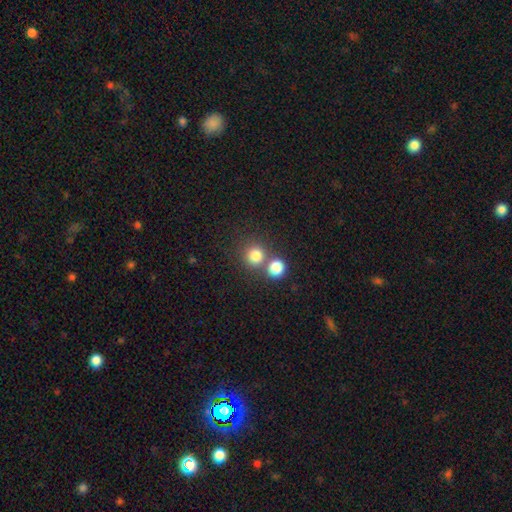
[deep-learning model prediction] Q: Smooth or featured?
A: smooth (80%); runner-up: star or artifact (13%)
Q: How rounded?
A: round (90%); runner-up: in between (9%)
Q: Merging?
A: none (61%); runner-up: merger (30%)